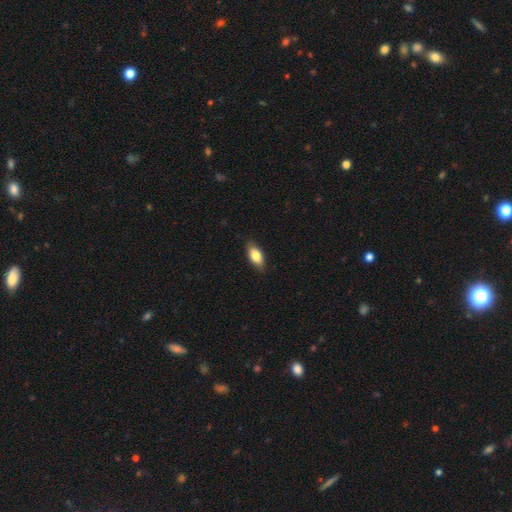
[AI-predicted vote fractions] The model was most divided on "smooth or featured": smooth: 78%, featured or disk: 16%, star or artifact: 7%. More confident: how rounded — in between (86%); merging — none (85%).